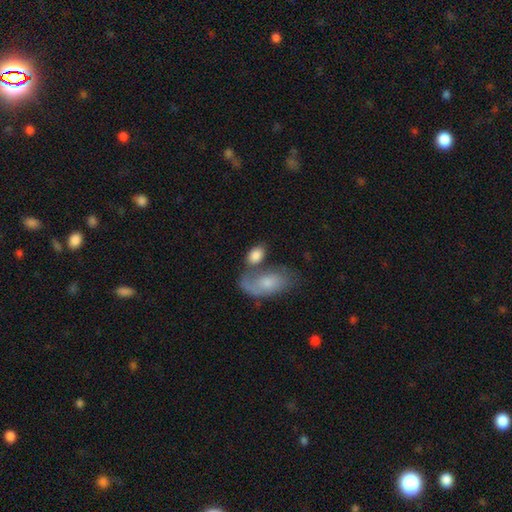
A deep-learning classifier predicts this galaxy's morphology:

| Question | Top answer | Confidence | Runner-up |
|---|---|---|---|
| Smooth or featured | smooth | 81% | featured or disk (12%) |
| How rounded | in between | 89% | round (9%) |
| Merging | none | 39% | merger (36%) |